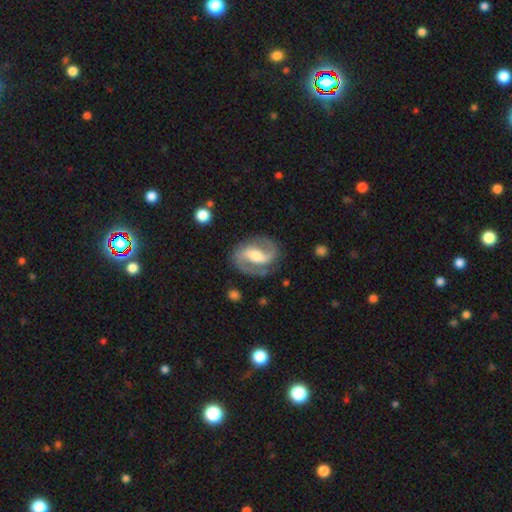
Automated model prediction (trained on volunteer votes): This appears to be a featured or disk galaxy (87%) with a strong bar (46%), 2 (92%) medium (56%) spiral arms (96%) and a moderate central bulge (64%). Merging: none (83%).